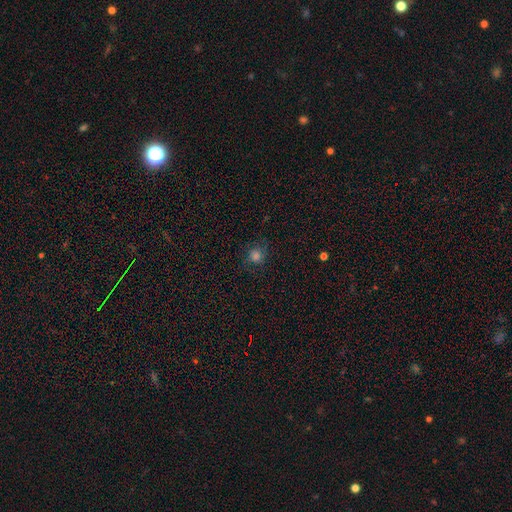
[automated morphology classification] smooth 68%, star or artifact 20%, featured or disk 13%. Down the decision tree: how rounded — round (87%); merging — none (79%).